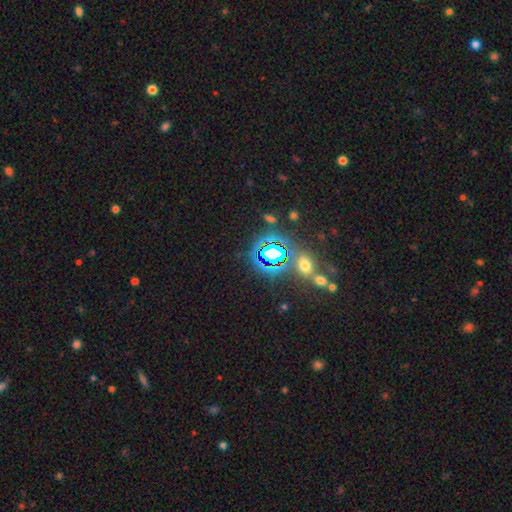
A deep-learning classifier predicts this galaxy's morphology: The model was most divided on "smooth or featured": star or artifact: 75%, smooth: 16%, featured or disk: 10%.